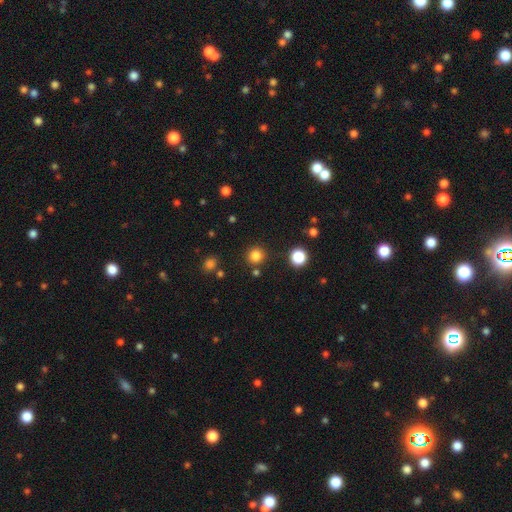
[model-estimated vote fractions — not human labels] Smooth or featured: smooth — 82% (star or artifact — 14%)
How rounded: round — 94% (in between — 5%)
Merging: none — 87% (minor disturbance — 6%)